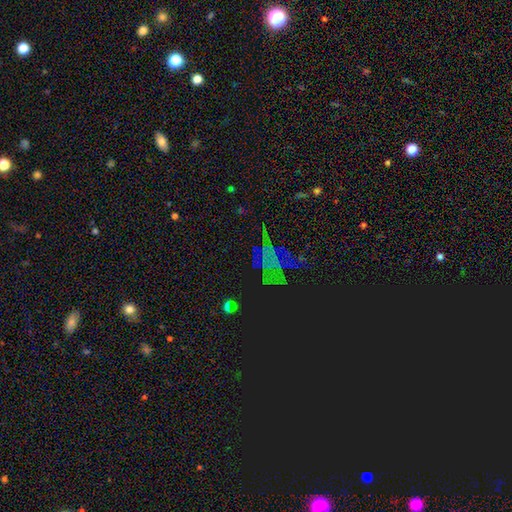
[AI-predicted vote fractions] The model was most divided on "smooth or featured": star or artifact: 60%, smooth: 21%, featured or disk: 19%.